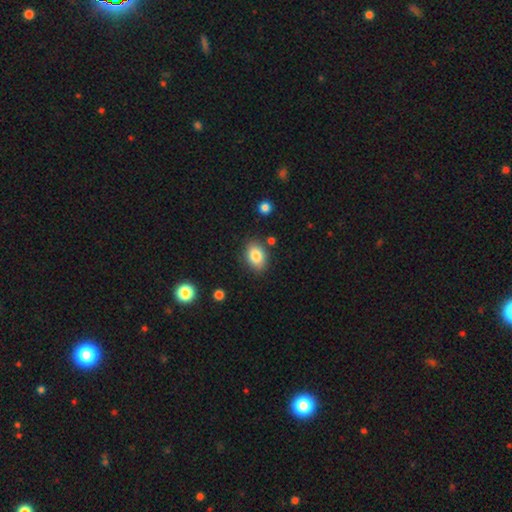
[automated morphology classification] smooth-or-featured: smooth: 83% | featured or disk: 8% | star or artifact: 8%
  how-rounded: in between: 78% | round: 21% | cigar-shaped: 1%
  merging: none: 83% | minor disturbance: 11% | merger: 4% | major disturbance: 3%